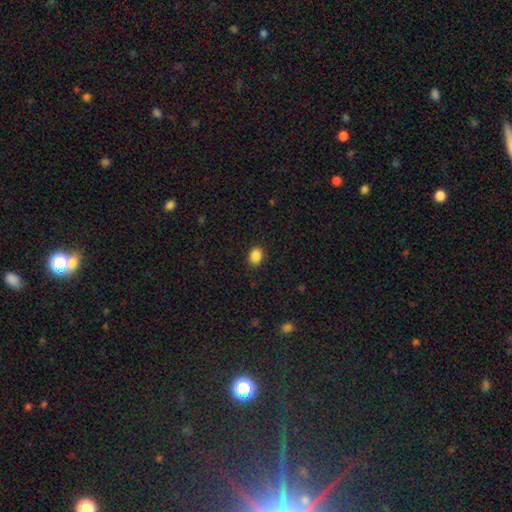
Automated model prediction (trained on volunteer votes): Smooth or featured? Predicted: smooth (p=0.88). How rounded? Predicted: in between (p=0.62). Merging? Predicted: none (p=0.89).